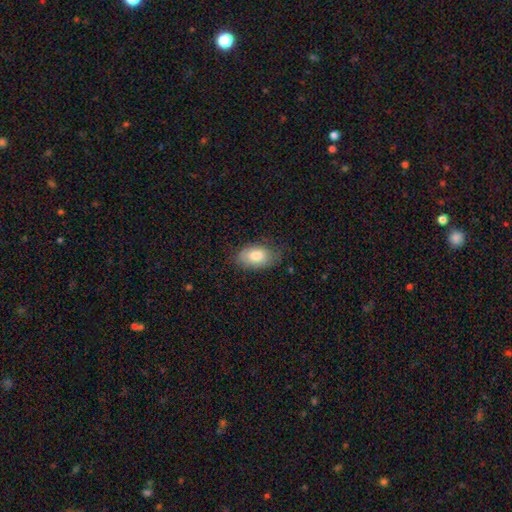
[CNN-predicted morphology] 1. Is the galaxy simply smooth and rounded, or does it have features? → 78% smooth, 15% featured or disk, 7% star or artifact.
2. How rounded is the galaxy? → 91% in between, 7% round, 2% cigar-shaped.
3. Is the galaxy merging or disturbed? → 69% none, 24% minor disturbance, 6% major disturbance, 1% merger.